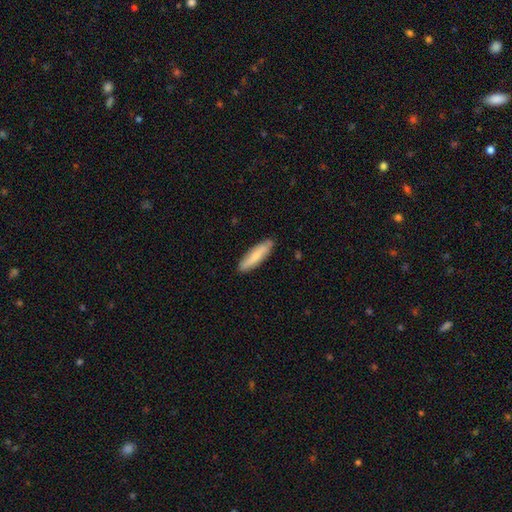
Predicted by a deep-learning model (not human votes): Smooth or featured? smooth (74%)
How rounded? cigar-shaped (71%)
Merging? none (87%)